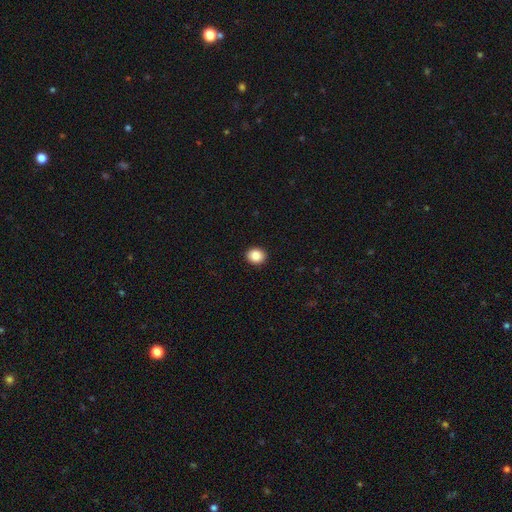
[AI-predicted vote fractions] This appears to be a smooth galaxy with no disk features (87%) that is round (72%). Merging: none (92%).